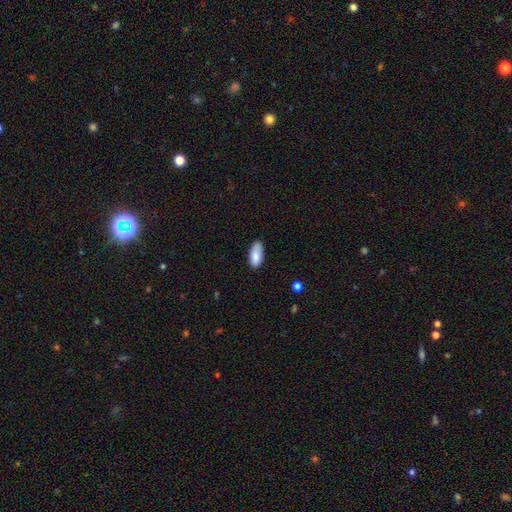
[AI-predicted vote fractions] A smooth galaxy with no disk features (87%) that is in between round and cigar-shaped (90%).

Vote fractions:
- Smooth or featured? smooth: 87% / featured or disk: 7% / star or artifact: 6%
- How rounded? in between: 90% / cigar-shaped: 8% / round: 2%
- Merging? none: 82% / minor disturbance: 14% / major disturbance: 2% / merger: 1%